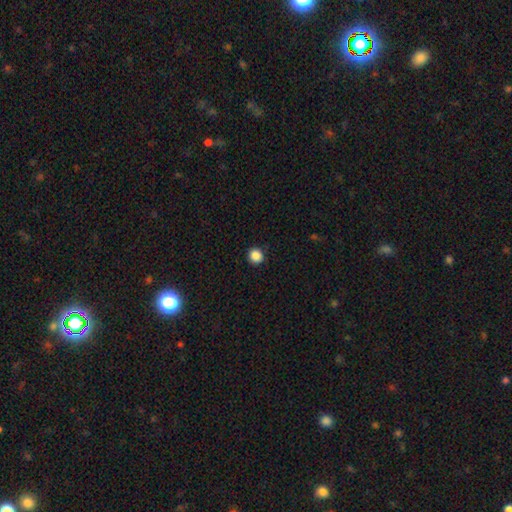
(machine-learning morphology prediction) smooth-or-featured: smooth: 87% | star or artifact: 10% | featured or disk: 3%
  how-rounded: round: 90% | in between: 9% | cigar-shaped: 1%
  merging: none: 91% | minor disturbance: 6% | major disturbance: 2% | merger: 1%